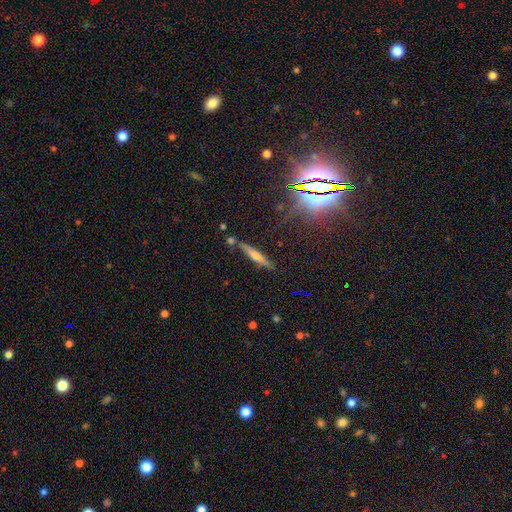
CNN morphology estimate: Smooth or featured: featured or disk — 50% (smooth — 37%)
Merging: none — 79% (minor disturbance — 12%)